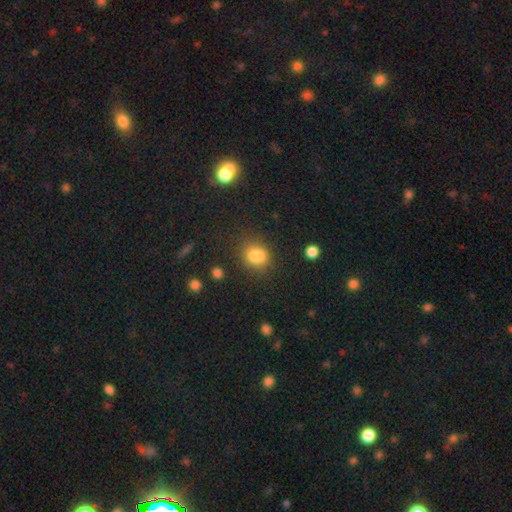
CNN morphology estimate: type=smooth (81%); roundness=round (52%); merging=none (66%).